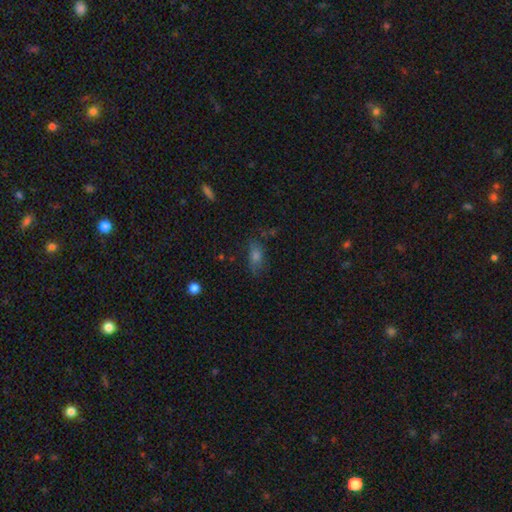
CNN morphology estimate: Smooth or featured?
  - smooth: 58% *
  - star or artifact: 21%
  - featured or disk: 21%
How rounded?
  - in between: 75% *
  - cigar-shaped: 13%
  - round: 13%
Merging?
  - none: 71% *
  - minor disturbance: 19%
  - major disturbance: 7%
  - merger: 3%